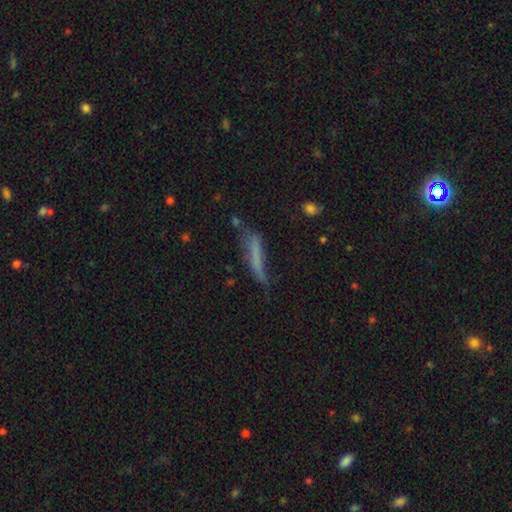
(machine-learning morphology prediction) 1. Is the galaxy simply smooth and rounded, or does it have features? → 58% smooth, 31% featured or disk, 11% star or artifact.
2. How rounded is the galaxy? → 88% cigar-shaped, 10% in between, 2% round.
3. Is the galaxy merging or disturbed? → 51% none, 29% minor disturbance, 14% major disturbance, 5% merger.